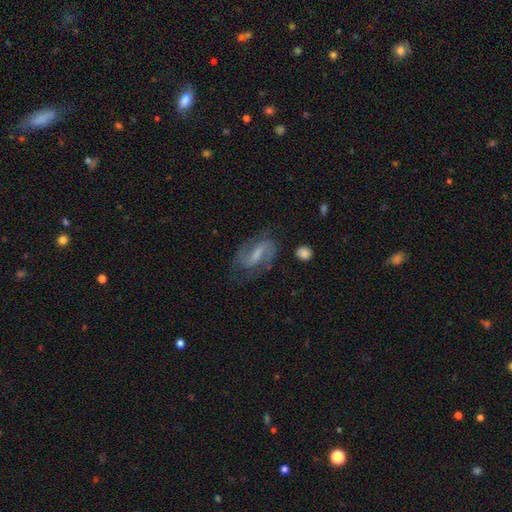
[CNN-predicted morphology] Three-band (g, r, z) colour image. It shows a featured or disk galaxy (76%) with a weak bar (44%), 2 (87%) medium (50%) spiral arms (93%) and a small central bulge (37%). Merging: none (70%).